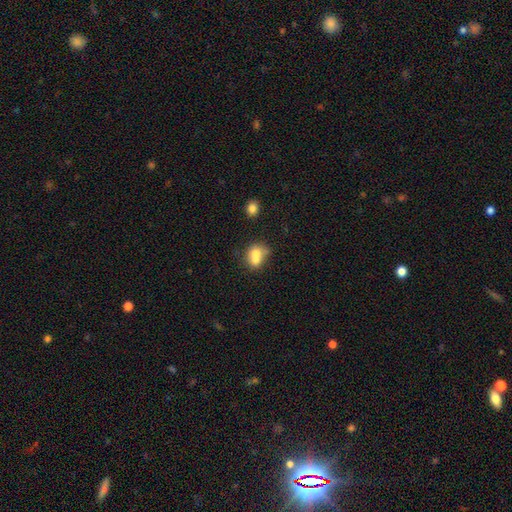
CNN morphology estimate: Smooth or featured? Predicted: smooth (p=0.69). How rounded? Predicted: round (p=0.50). Merging? Predicted: merger (p=0.57).